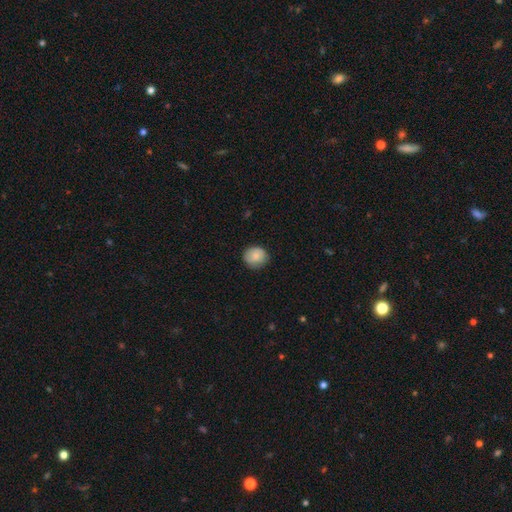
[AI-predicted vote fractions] smooth_or_featured: smooth (p=0.83) [alt: featured or disk p=0.09]
how_rounded: round (p=0.78) [alt: in between p=0.21]
merging: none (p=0.79) [alt: minor disturbance p=0.16]